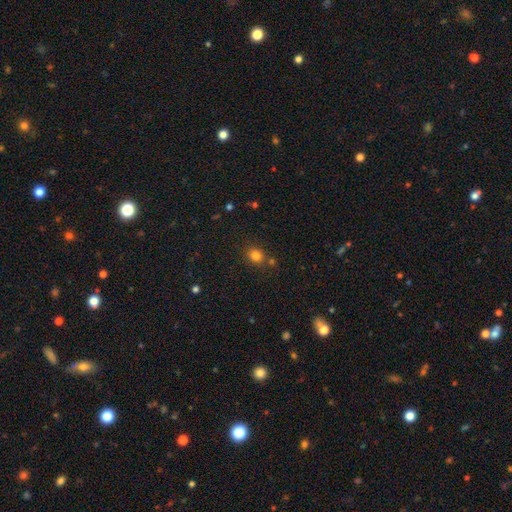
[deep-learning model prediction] Morphology: type=smooth (80%); roundness=round (76%); merging=none (77%).